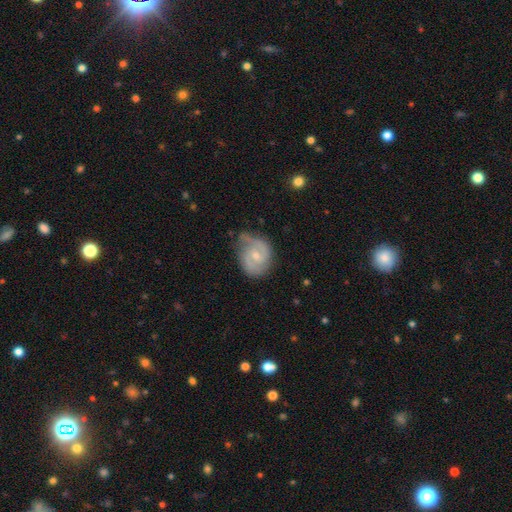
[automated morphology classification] Smooth or featured? featured or disk (77%)
Edge-on disk? no (98%)
Bar? no (53%)
Spiral arms? yes (93%)
Spiral winding? medium (47%)
Spiral arm count? 2 (77%)
Bulge size? small (56%)
Merging? none (57%)